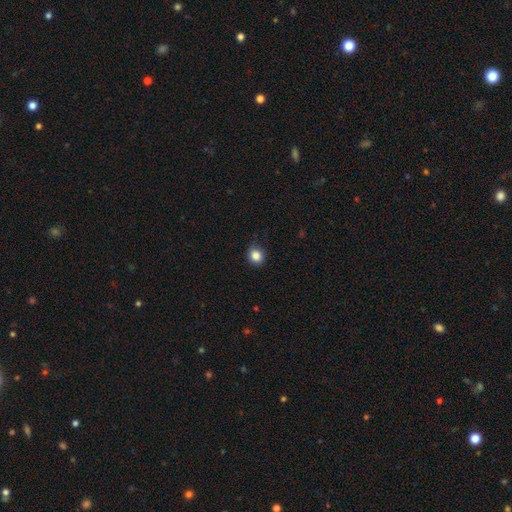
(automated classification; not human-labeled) smooth 85%, star or artifact 10%, featured or disk 5%. Down the decision tree: how rounded — round (79%); merging — none (82%).